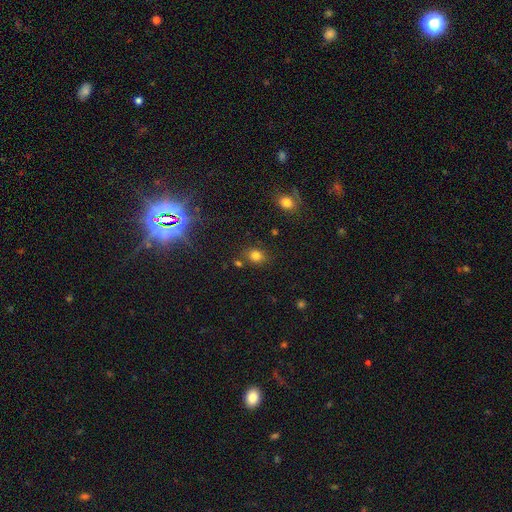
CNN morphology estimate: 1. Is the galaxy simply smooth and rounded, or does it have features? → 79% smooth, 15% star or artifact, 6% featured or disk.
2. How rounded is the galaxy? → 59% round, 40% in between, 1% cigar-shaped.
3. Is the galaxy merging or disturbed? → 76% none, 13% minor disturbance, 7% merger, 4% major disturbance.